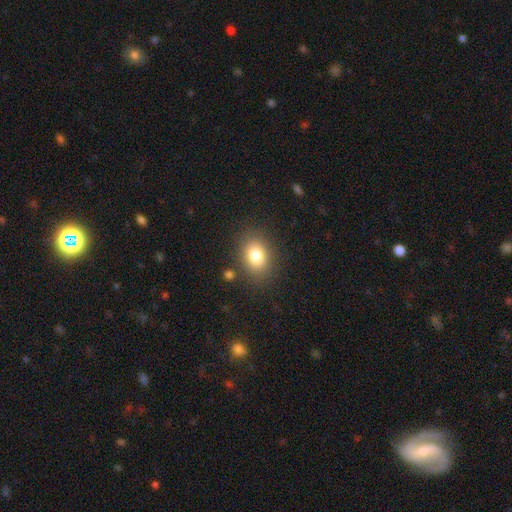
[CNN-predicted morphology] Smooth or featured?
  - smooth: 81% *
  - star or artifact: 10%
  - featured or disk: 9%
How rounded?
  - in between: 62% *
  - round: 37%
  - cigar-shaped: 1%
Merging?
  - none: 83% *
  - minor disturbance: 10%
  - major disturbance: 4%
  - merger: 3%